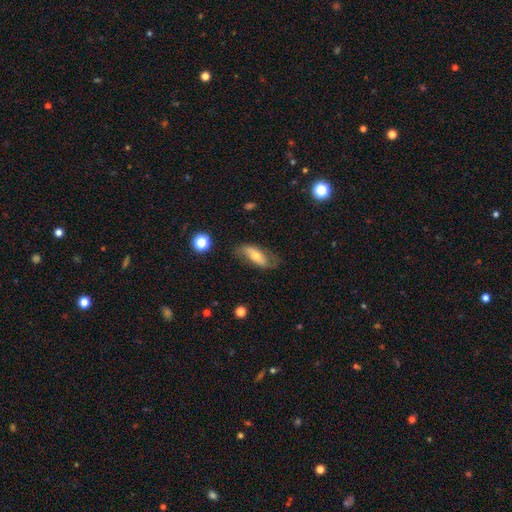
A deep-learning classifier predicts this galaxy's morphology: Smooth or featured?
  - featured or disk: 48% *
  - smooth: 44%
  - star or artifact: 8%
Merging?
  - none: 64% *
  - minor disturbance: 23%
  - major disturbance: 10%
  - merger: 2%